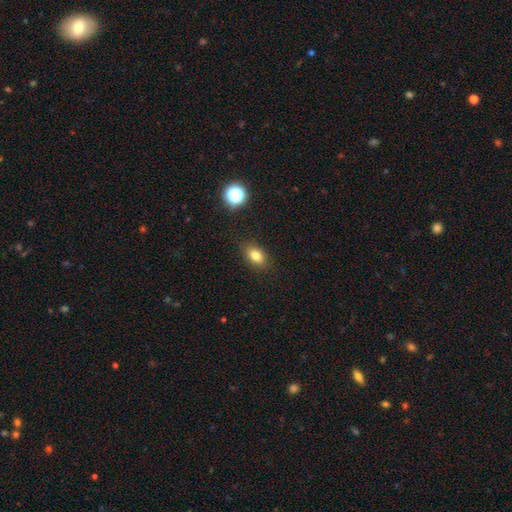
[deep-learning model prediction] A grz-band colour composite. It shows a smooth galaxy with no disk features (80%) that is in between round and cigar-shaped (80%). Merging: none (86%).